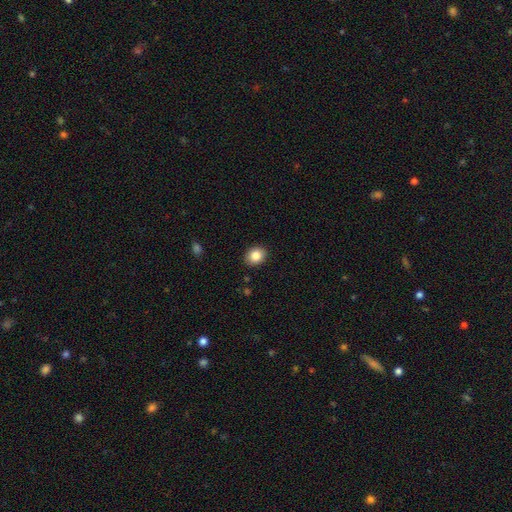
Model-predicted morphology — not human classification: The model was most divided on "how rounded": round: 57%, in between: 42%, cigar-shaped: 1%. More confident: merging — none (90%); smooth or featured — smooth (85%).